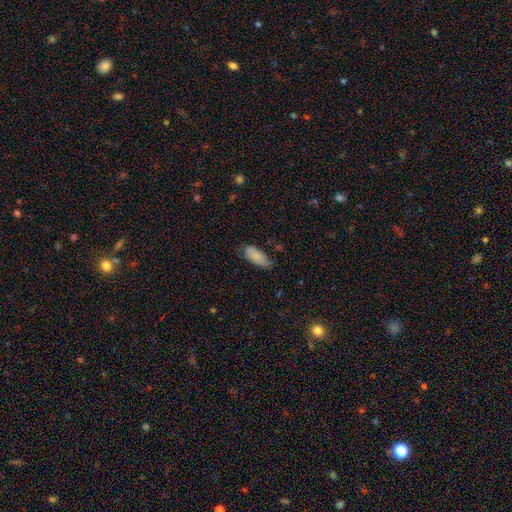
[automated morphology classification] smooth_or_featured: smooth (p=0.84) [alt: featured or disk p=0.10]
how_rounded: in between (p=0.88) [alt: cigar-shaped p=0.10]
merging: none (p=0.61) [alt: minor disturbance p=0.31]